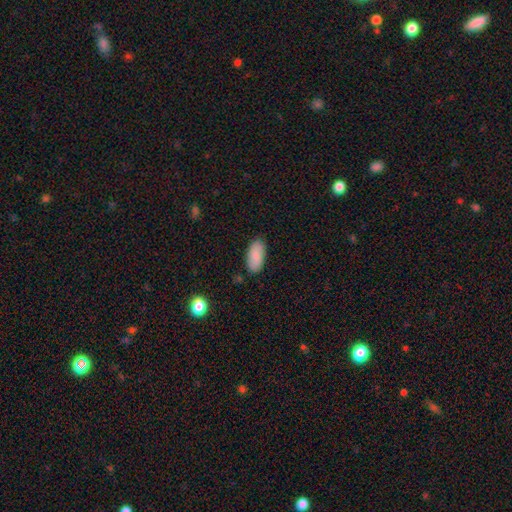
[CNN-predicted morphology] Smooth or featured?
  - smooth: 86% *
  - featured or disk: 8%
  - star or artifact: 7%
How rounded?
  - in between: 93% *
  - cigar-shaped: 4%
  - round: 3%
Merging?
  - none: 84% *
  - minor disturbance: 12%
  - major disturbance: 3%
  - merger: 2%